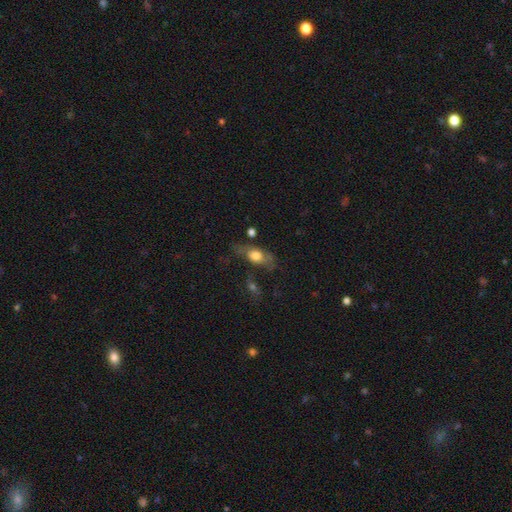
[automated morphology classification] Smooth or featured?
  - smooth: 62% *
  - featured or disk: 29%
  - star or artifact: 9%
How rounded?
  - in between: 68% *
  - round: 16%
  - cigar-shaped: 16%
Merging?
  - none: 48% *
  - minor disturbance: 25%
  - major disturbance: 19%
  - merger: 7%